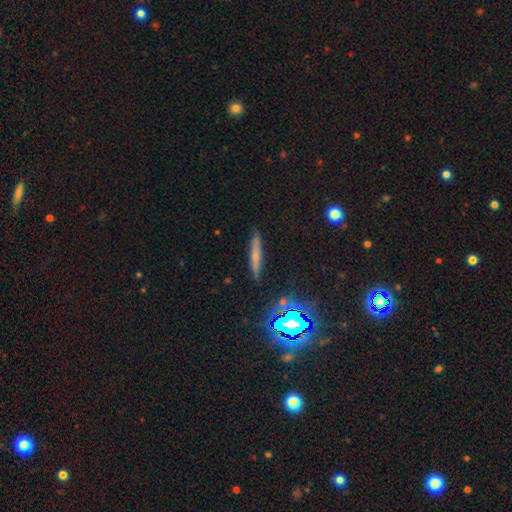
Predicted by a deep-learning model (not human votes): Q: Smooth or featured?
A: smooth (51%); runner-up: featured or disk (34%)
Q: How rounded?
A: cigar-shaped (91%); runner-up: in between (6%)
Q: Merging?
A: none (87%); runner-up: minor disturbance (9%)